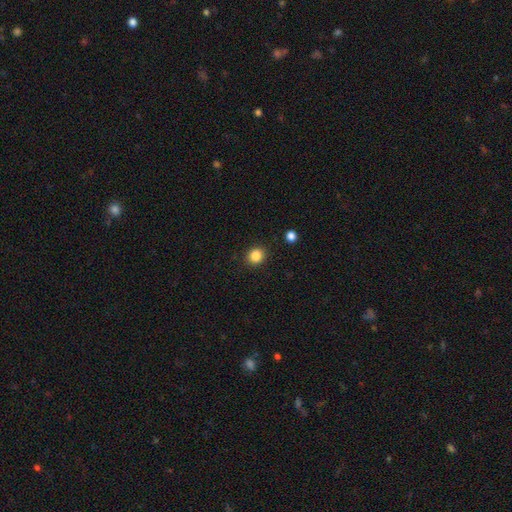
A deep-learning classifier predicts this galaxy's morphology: Smooth or featured? Predicted: smooth (p=0.85). How rounded? Predicted: round (p=0.84). Merging? Predicted: none (p=0.90).